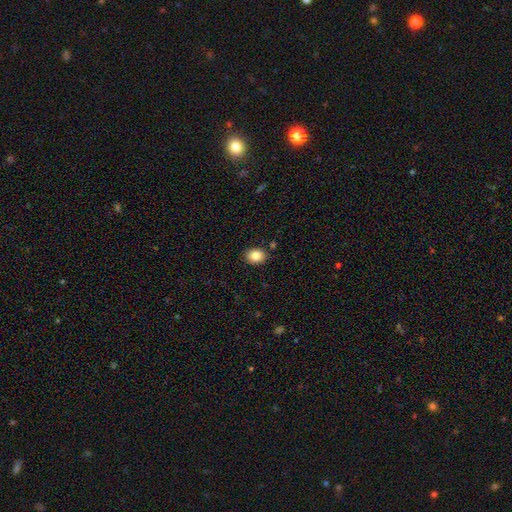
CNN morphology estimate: Smooth or featured? smooth (84%)
How rounded? in between (59%)
Merging? none (87%)